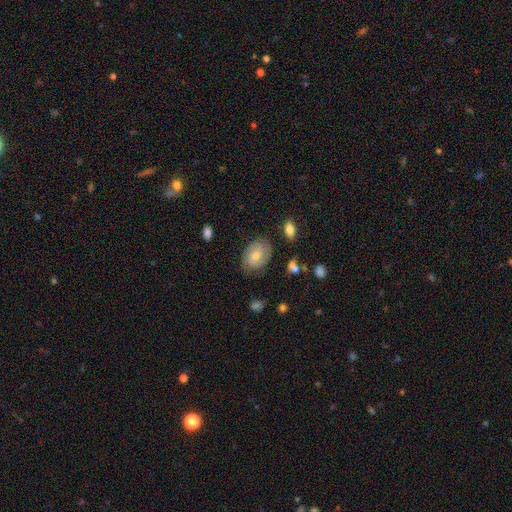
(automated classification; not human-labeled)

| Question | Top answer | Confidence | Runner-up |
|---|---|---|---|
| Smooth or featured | featured or disk | 49% | smooth (43%) |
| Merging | none | 73% | minor disturbance (19%) |